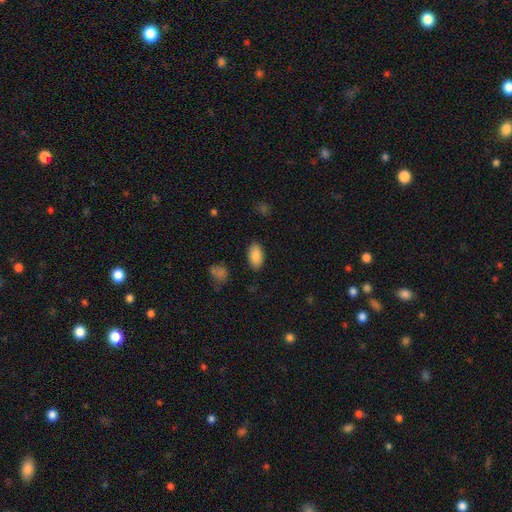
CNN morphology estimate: This is clearly a smooth galaxy (87%). How rounded: clearly in between (94%). Merging: clearly none (87%).